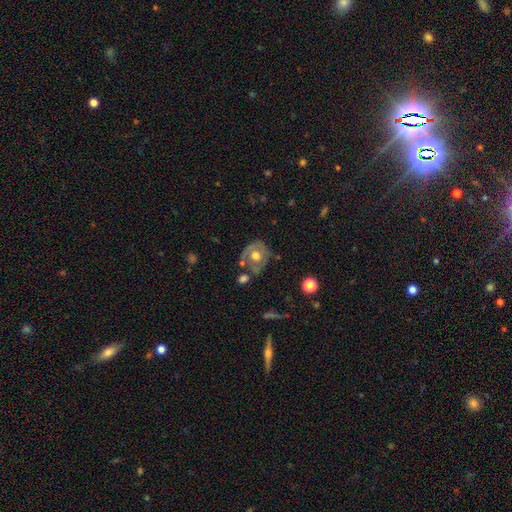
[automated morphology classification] Smooth or featured: featured or disk — 57% (smooth — 36%)
Edge-on disk: no — 95% (yes — 5%)
Bar: no — 84% (weak — 13%)
Spiral arms: no — 61% (yes — 39%)
Bulge size: moderate — 66% (large — 24%)
Merging: none — 51% (minor disturbance — 25%)